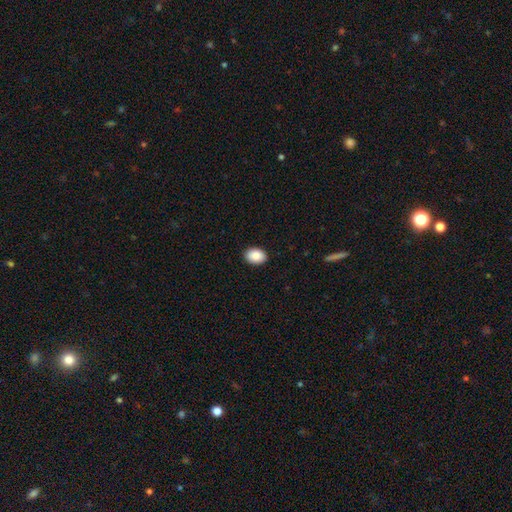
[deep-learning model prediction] A smooth galaxy with no disk features (89%) that is in between round and cigar-shaped (80%).

Vote fractions:
- Smooth or featured? smooth: 89% / star or artifact: 7% / featured or disk: 4%
- How rounded? in between: 80% / round: 19% / cigar-shaped: 1%
- Merging? none: 91% / minor disturbance: 7% / major disturbance: 2% / merger: 1%